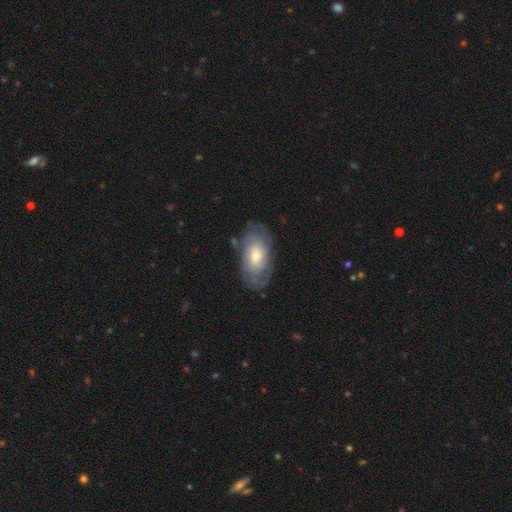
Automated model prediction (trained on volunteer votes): smooth_or_featured: featured or disk (p=0.63) [alt: smooth p=0.31]
disk_edge_on: no (p=0.93) [alt: yes p=0.07]
bar: no (p=0.71) [alt: weak p=0.24]
has_spiral_arms: yes (p=0.80) [alt: no p=0.20]
bulge_size: moderate (p=0.56) [alt: small p=0.33]
merging: none (p=0.73) [alt: minor disturbance p=0.18]